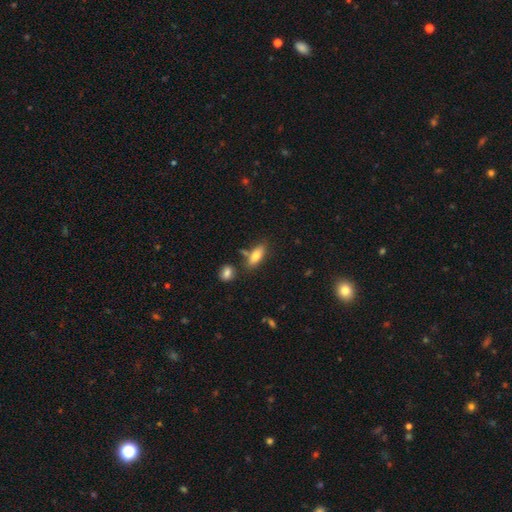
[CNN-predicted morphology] This appears to be a smooth galaxy with no disk features (80%) that is in between round and cigar-shaped (76%). Merging: none (71%).